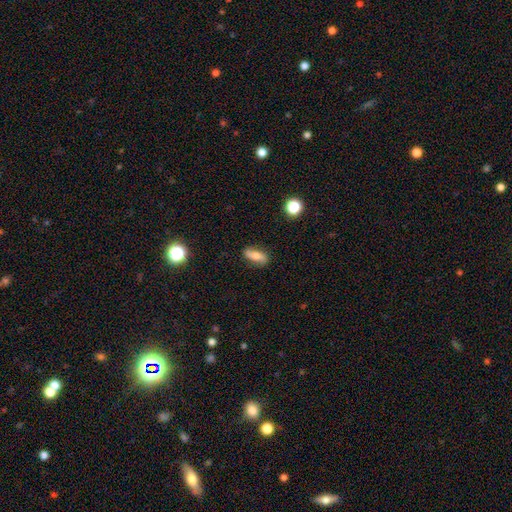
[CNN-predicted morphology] Overall: smooth (56%; featured or disk 35%). How rounded: in between (66%; cigar-shaped 29%). Merging: none (82%).